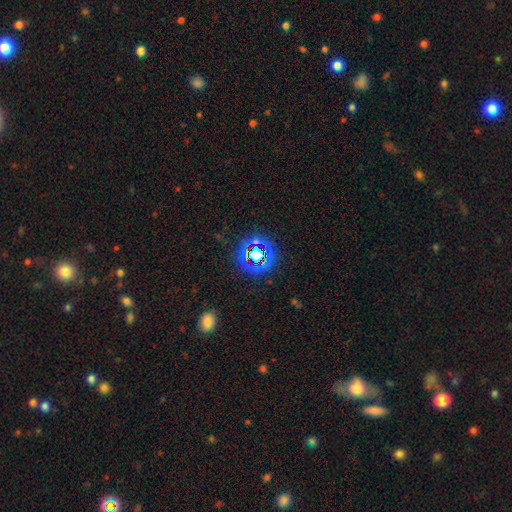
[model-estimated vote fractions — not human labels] smooth_or_featured: star or artifact (p=0.69) [alt: smooth p=0.20]